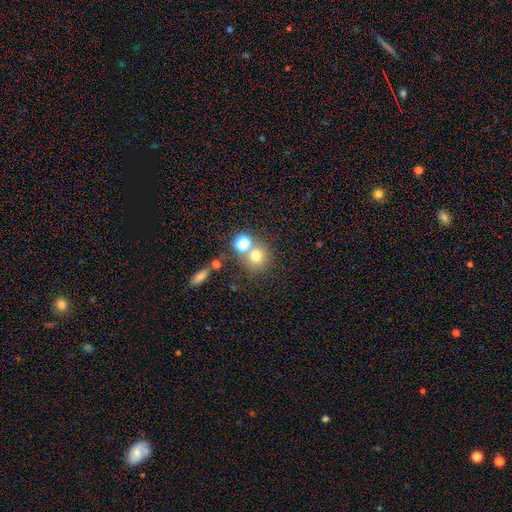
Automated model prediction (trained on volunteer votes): This is likely a smooth galaxy (70%). How rounded: clearly round (88%). Merging: likely none (61%).